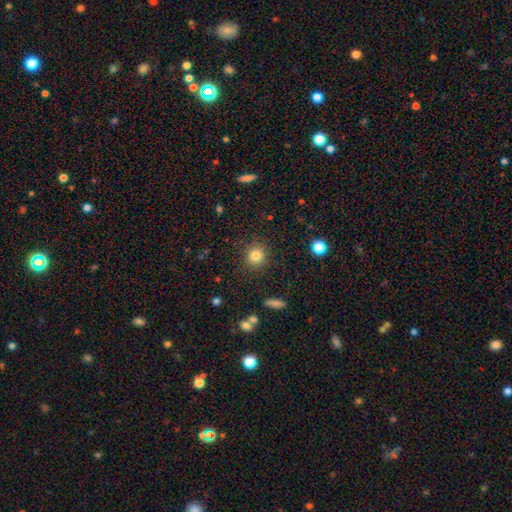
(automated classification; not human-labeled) Smooth or featured? Predicted: smooth (p=0.81). How rounded? Predicted: round (p=0.88). Merging? Predicted: none (p=0.88).